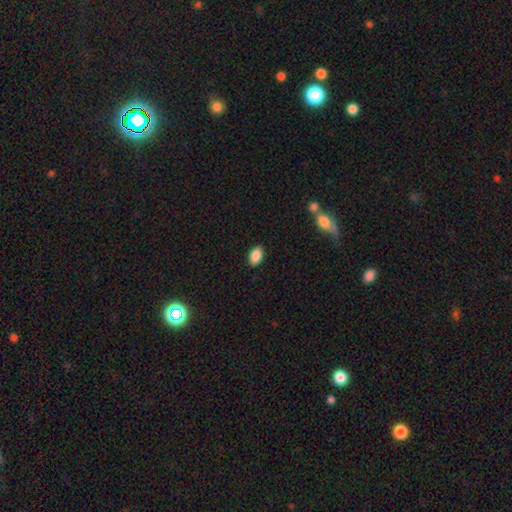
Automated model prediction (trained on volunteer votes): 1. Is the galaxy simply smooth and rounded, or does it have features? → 88% smooth, 8% star or artifact, 4% featured or disk.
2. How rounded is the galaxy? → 91% in between, 8% round, 2% cigar-shaped.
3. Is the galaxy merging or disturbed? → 89% none, 8% minor disturbance, 2% major disturbance, 1% merger.